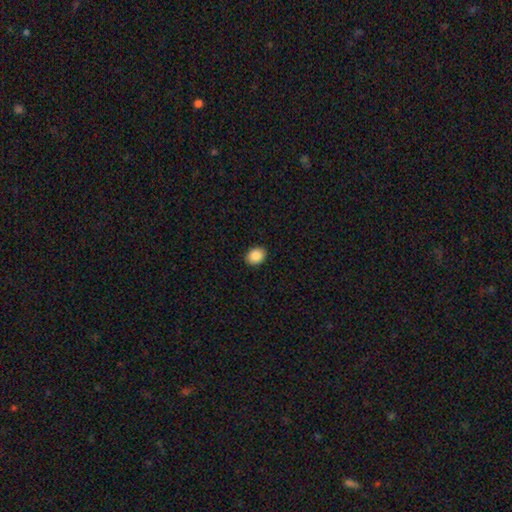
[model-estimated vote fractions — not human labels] Smooth or featured?
  - smooth: 87% *
  - star or artifact: 8%
  - featured or disk: 5%
How rounded?
  - in between: 61% *
  - round: 39%
  - cigar-shaped: 1%
Merging?
  - none: 91% *
  - minor disturbance: 6%
  - major disturbance: 2%
  - merger: 1%